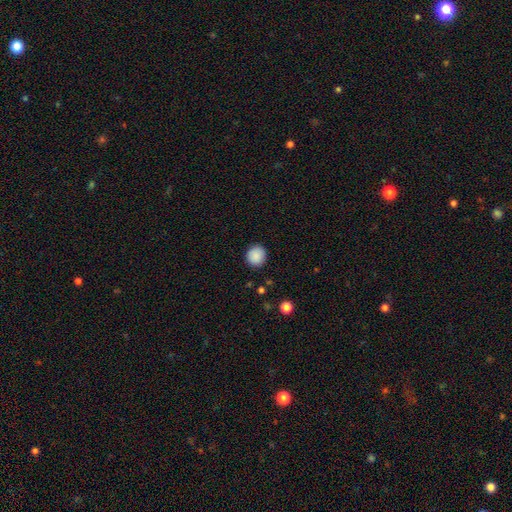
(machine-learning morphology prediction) A smooth galaxy with no disk features (89%) that is round (89%). Merging: none (90%).